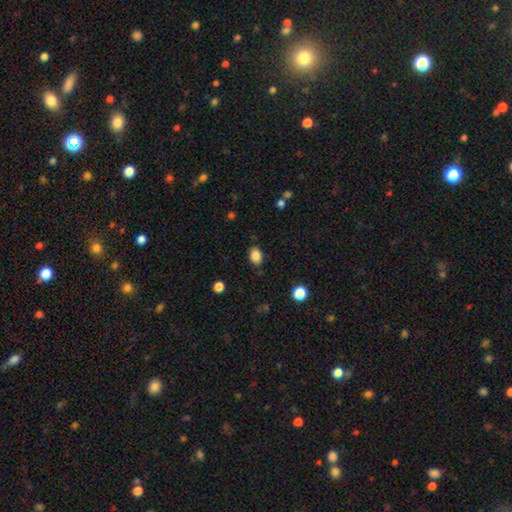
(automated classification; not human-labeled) Overall: smooth (85%). How rounded: in between (72%). Merging: none (84%).